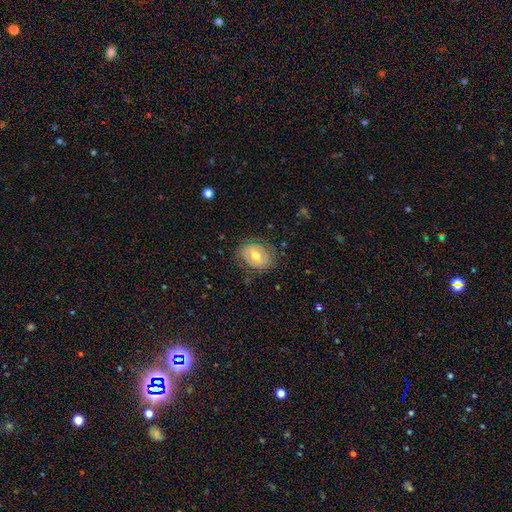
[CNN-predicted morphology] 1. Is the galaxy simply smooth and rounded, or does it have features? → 47% featured or disk, 45% smooth, 8% star or artifact.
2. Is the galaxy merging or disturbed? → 72% none, 19% minor disturbance, 8% major disturbance, 1% merger.